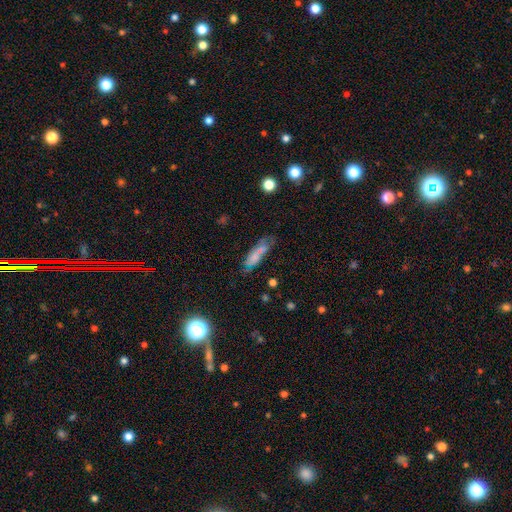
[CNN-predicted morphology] The model was most divided on "how rounded": cigar-shaped: 52%, in between: 45%, round: 3%. More confident: smooth or featured — smooth (55%); merging — none (50%).